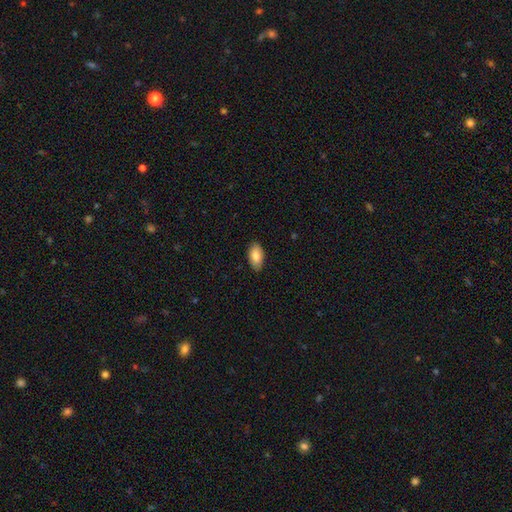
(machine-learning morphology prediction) Smooth or featured?
  - smooth: 84% *
  - featured or disk: 10%
  - star or artifact: 6%
How rounded?
  - in between: 94% *
  - round: 3%
  - cigar-shaped: 2%
Merging?
  - none: 87% *
  - minor disturbance: 10%
  - major disturbance: 2%
  - merger: 1%